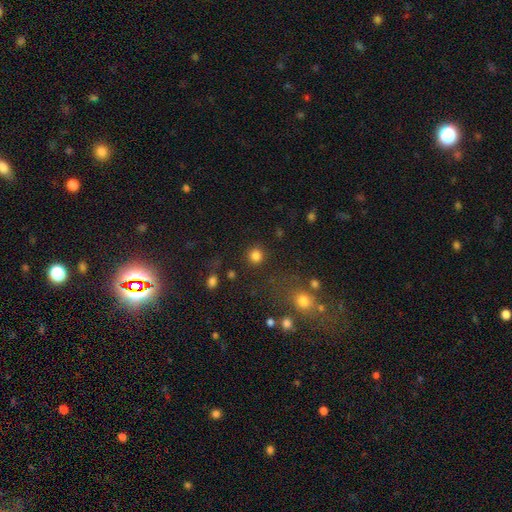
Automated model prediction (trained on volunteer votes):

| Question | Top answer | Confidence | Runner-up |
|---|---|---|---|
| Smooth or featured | smooth | 83% | star or artifact (13%) |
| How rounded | round | 92% | in between (7%) |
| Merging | none | 87% | minor disturbance (7%) |